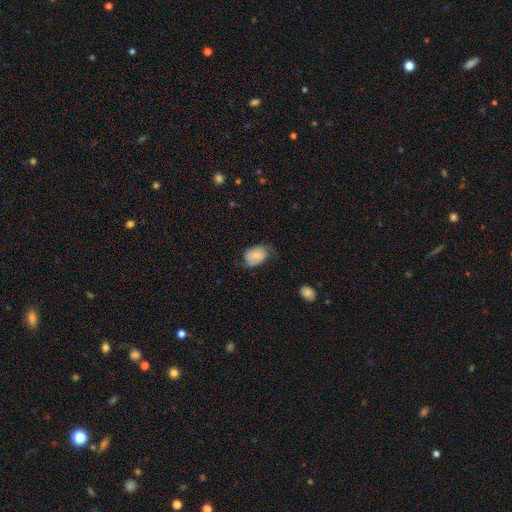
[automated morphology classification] smooth_or_featured: smooth (p=0.79) [alt: featured or disk p=0.14]
how_rounded: in between (p=0.81) [alt: round p=0.18]
merging: none (p=0.48) [alt: minor disturbance p=0.39]